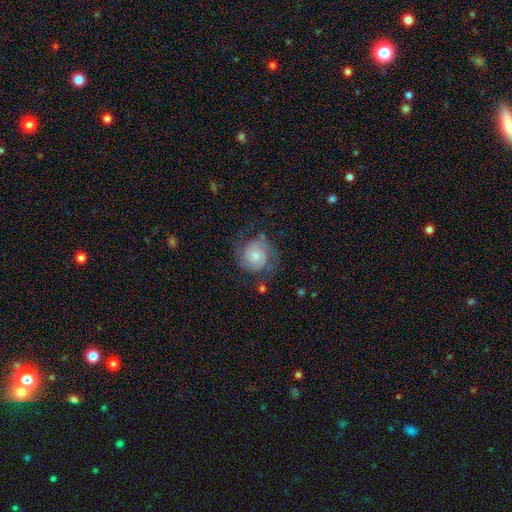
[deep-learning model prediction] Q: Smooth or featured?
A: featured or disk (61%); runner-up: smooth (32%)
Q: Edge-on disk?
A: no (98%); runner-up: yes (2%)
Q: Bar?
A: no (78%); runner-up: weak (19%)
Q: Spiral arms?
A: yes (88%); runner-up: no (12%)
Q: Spiral winding?
A: tight (47%); runner-up: medium (37%)
Q: Spiral arm count?
A: 2 (64%); runner-up: can't tell (18%)
Q: Bulge size?
A: small (60%); runner-up: moderate (28%)
Q: Merging?
A: none (60%); runner-up: minor disturbance (22%)